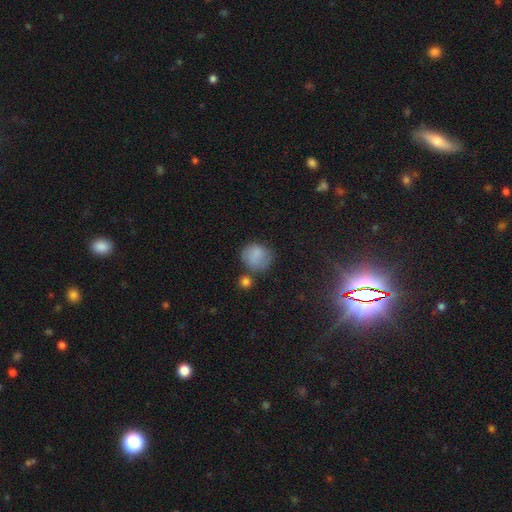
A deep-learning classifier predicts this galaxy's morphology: This appears to be a smooth galaxy with no disk features (80%) that is round (80%). Merging: none (57%).